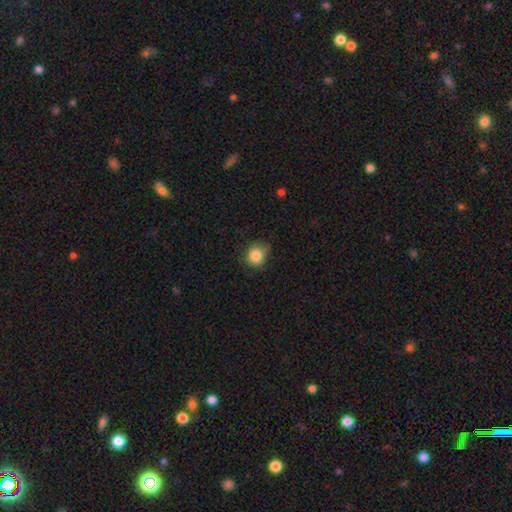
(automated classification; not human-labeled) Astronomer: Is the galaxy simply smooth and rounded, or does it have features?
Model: smooth — 84%.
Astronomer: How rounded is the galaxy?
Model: round — 77%.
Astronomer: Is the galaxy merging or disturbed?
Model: none — 69%.